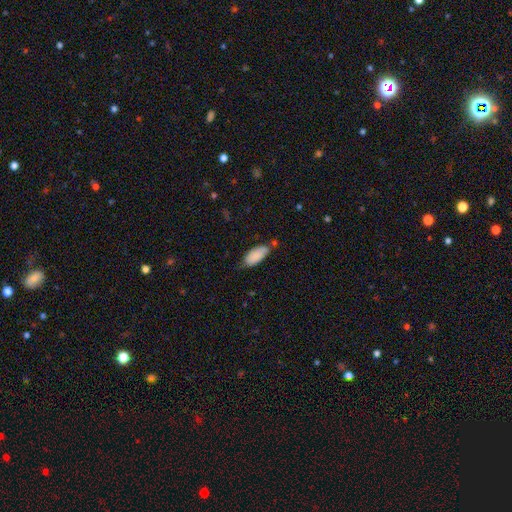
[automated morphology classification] smooth-or-featured: smooth: 87% | star or artifact: 7% | featured or disk: 6%
  how-rounded: in between: 87% | cigar-shaped: 12% | round: 2%
  merging: none: 59% | minor disturbance: 31% | merger: 5% | major disturbance: 5%